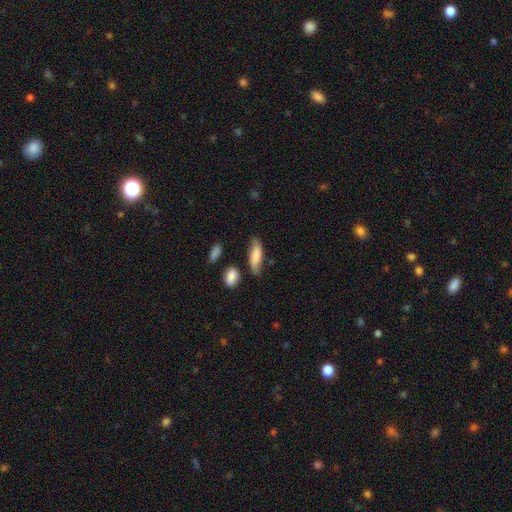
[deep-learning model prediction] smooth 75%, featured or disk 18%, star or artifact 7%. Down the decision tree: how rounded — in between (60%); merging — none (63%).